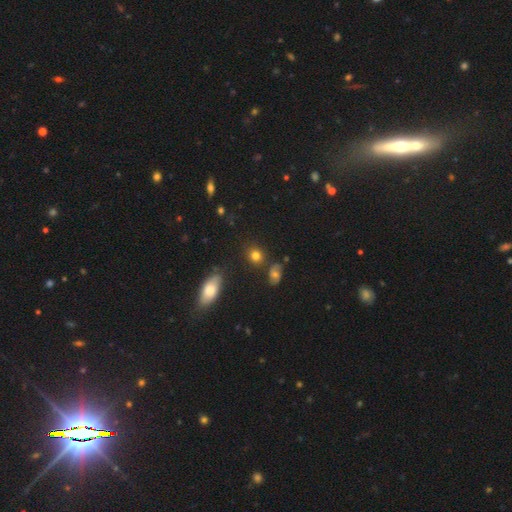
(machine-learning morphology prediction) smooth-or-featured: smooth: 81% | star or artifact: 12% | featured or disk: 7%
  how-rounded: round: 71% | in between: 27% | cigar-shaped: 2%
  merging: none: 79% | minor disturbance: 11% | merger: 6% | major disturbance: 3%